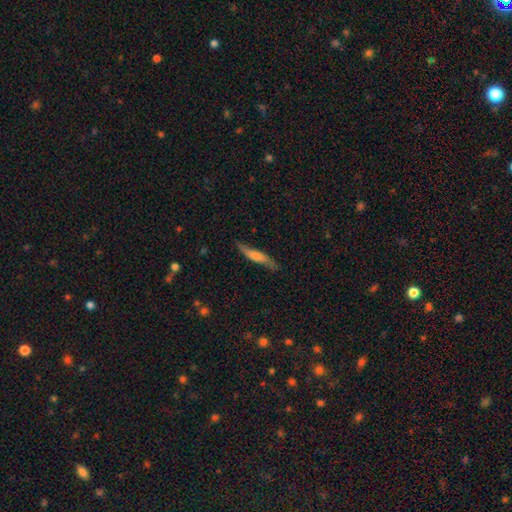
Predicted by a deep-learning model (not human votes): This appears to be a smooth galaxy with no disk features (49%). Merging: none (77%).